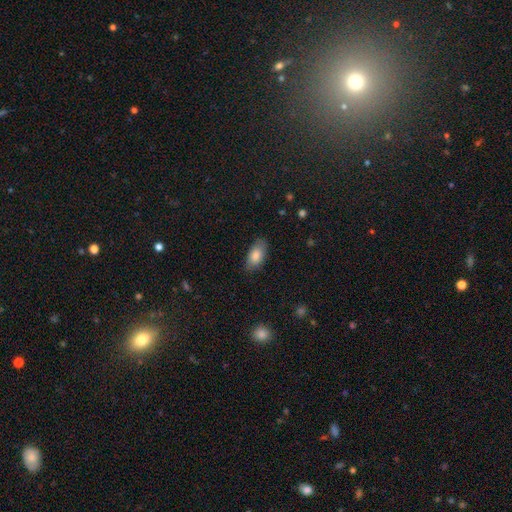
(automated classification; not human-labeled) A smooth galaxy with no disk features (84%) that is in between round and cigar-shaped (92%).

Vote fractions:
- Smooth or featured? smooth: 84% / featured or disk: 10% / star or artifact: 7%
- How rounded? in between: 92% / cigar-shaped: 5% / round: 4%
- Merging? none: 81% / minor disturbance: 15% / major disturbance: 3% / merger: 1%